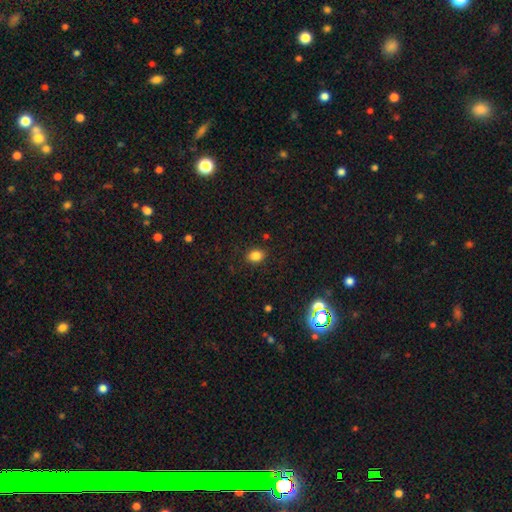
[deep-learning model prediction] smooth 84%, star or artifact 11%, featured or disk 5%. Down the decision tree: how rounded — in between (68%); merging — none (88%).